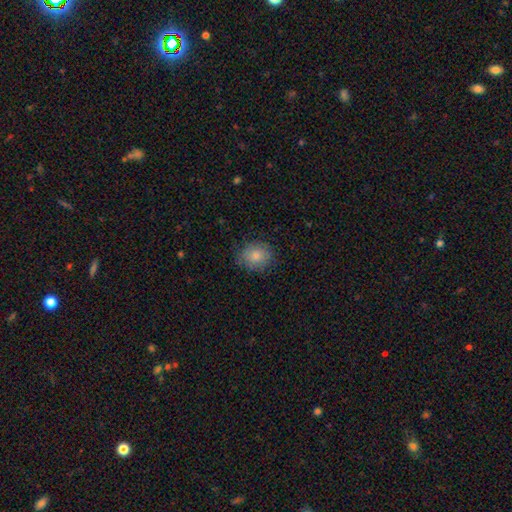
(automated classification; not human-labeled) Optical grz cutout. It shows a smooth galaxy with no disk features (81%) that is round (74%). Merging: none (80%).